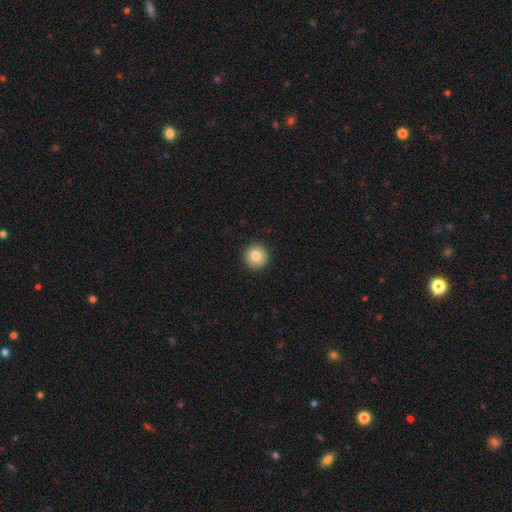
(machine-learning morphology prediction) A smooth galaxy with no disk features (80%) that is round (95%). Merging: none (93%).